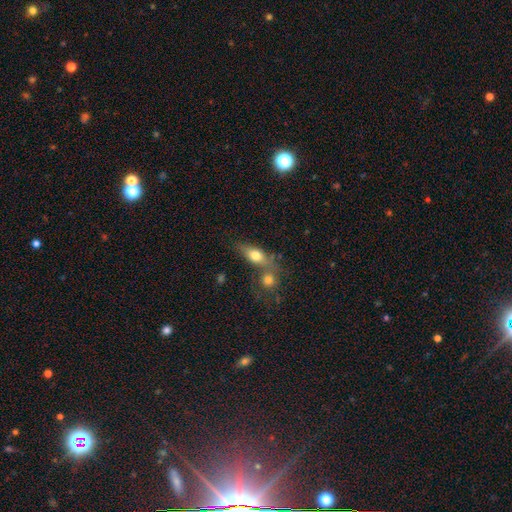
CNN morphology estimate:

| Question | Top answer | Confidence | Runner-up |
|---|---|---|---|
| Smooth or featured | smooth | 72% | featured or disk (20%) |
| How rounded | in between | 68% | cigar-shaped (19%) |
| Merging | none | 44% | merger (38%) |